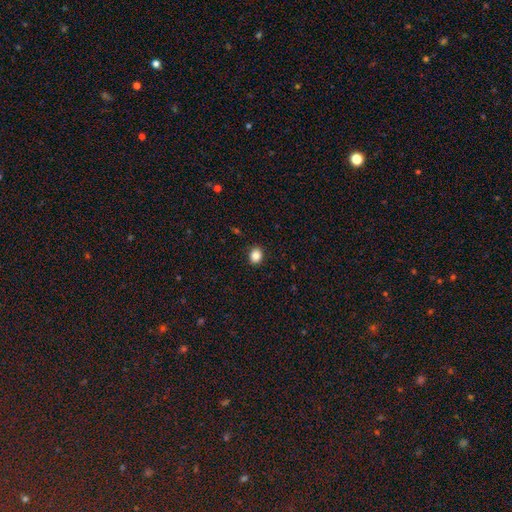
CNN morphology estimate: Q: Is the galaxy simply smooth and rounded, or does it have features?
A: smooth — 85%.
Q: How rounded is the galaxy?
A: round — 57%.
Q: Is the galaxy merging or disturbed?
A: none — 90%.